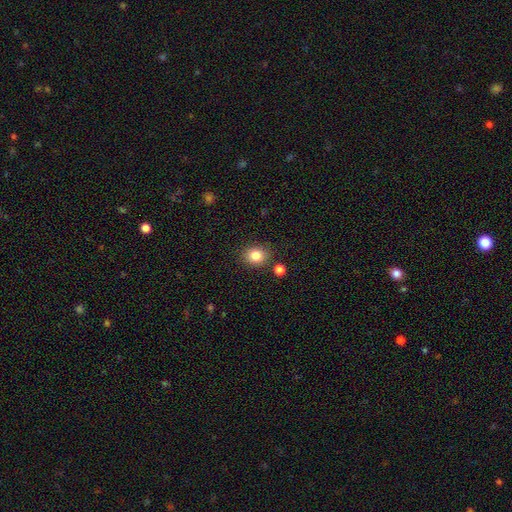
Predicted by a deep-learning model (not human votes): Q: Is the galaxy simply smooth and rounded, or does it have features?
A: smooth — 83%.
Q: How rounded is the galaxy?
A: round — 68%.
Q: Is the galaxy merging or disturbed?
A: none — 83%.